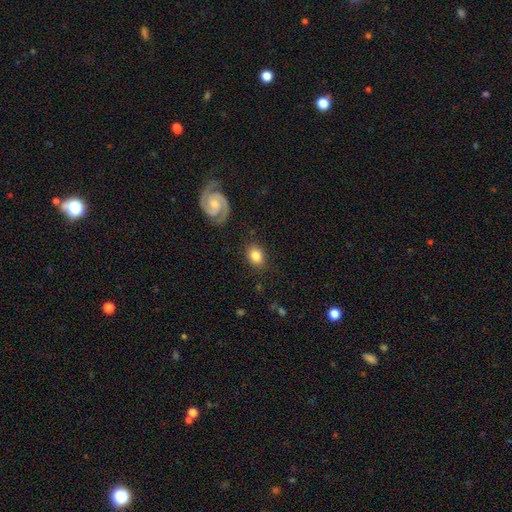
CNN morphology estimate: smooth 78%, featured or disk 15%, star or artifact 7%. Down the decision tree: how rounded — in between (62%); merging — none (84%).